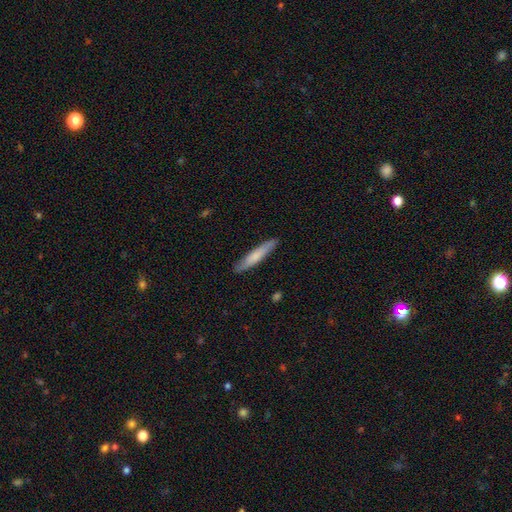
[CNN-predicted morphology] Smooth or featured? smooth (71%)
How rounded? cigar-shaped (93%)
Merging? none (89%)